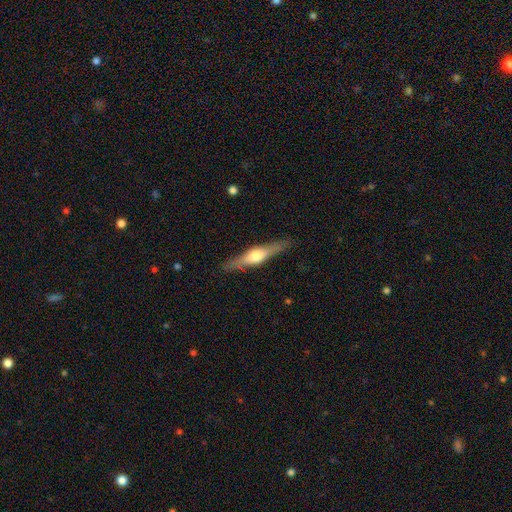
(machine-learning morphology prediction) smooth_or_featured: featured or disk (p=0.68) [alt: smooth p=0.27]
disk_edge_on: yes (p=0.96) [alt: no p=0.04]
edge_on_bulge: rounded (p=0.88) [alt: boxy p=0.09]
merging: none (p=0.88) [alt: minor disturbance p=0.09]